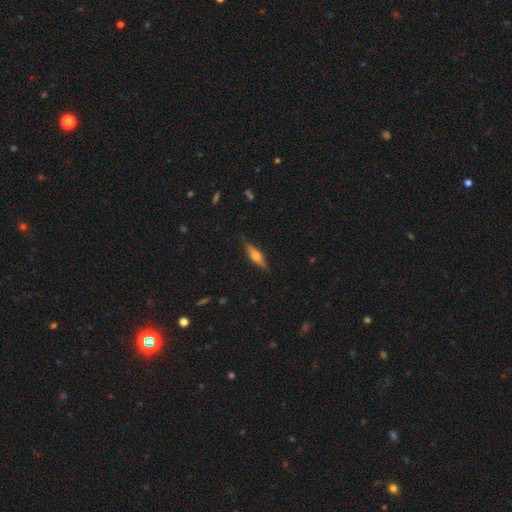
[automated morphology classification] Smooth or featured? Predicted: featured or disk (p=0.58). Edge-on disk? Predicted: yes (p=0.95). Edge-on bulge? Predicted: rounded (p=0.87). Merging? Predicted: none (p=0.85).